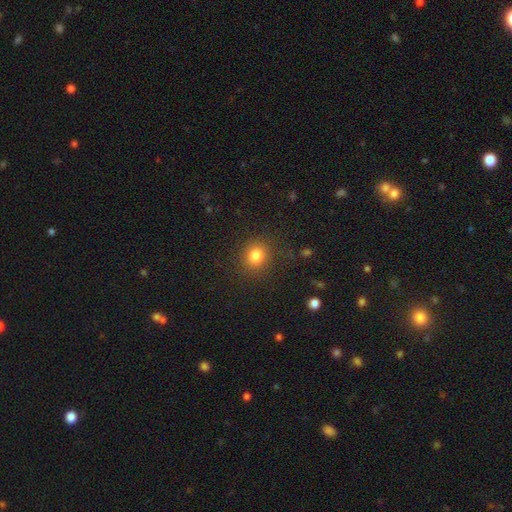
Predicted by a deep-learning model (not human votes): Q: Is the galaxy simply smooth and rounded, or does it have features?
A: smooth — 82%.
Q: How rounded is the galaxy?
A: round — 79%.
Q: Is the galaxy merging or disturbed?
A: none — 86%.